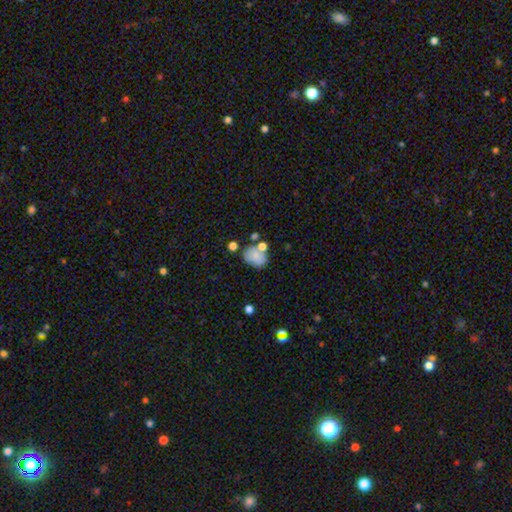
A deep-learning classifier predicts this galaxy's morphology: The model was most divided on "how rounded": in between: 57%, round: 42%, cigar-shaped: 1%. More confident: smooth or featured — smooth (76%); merging — none (51%).